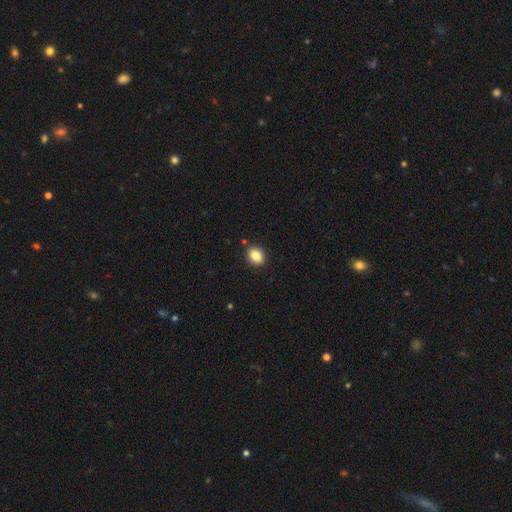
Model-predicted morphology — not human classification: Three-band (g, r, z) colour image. It shows a smooth galaxy with no disk features (85%) that is in between round and cigar-shaped (52%). Merging: none (87%).